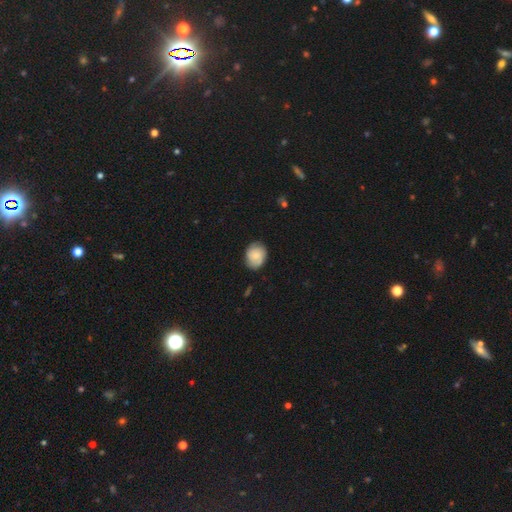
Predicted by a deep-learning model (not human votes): Morphology: type=smooth (62%); roundness=round (54%); merging=none (77%).